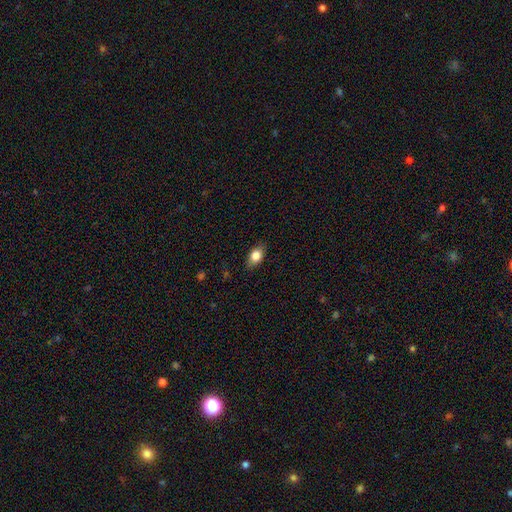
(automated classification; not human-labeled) smooth-or-featured: smooth: 81% | featured or disk: 12% | star or artifact: 8%
  how-rounded: in between: 82% | round: 14% | cigar-shaped: 4%
  merging: none: 84% | minor disturbance: 13% | major disturbance: 3% | merger: 1%